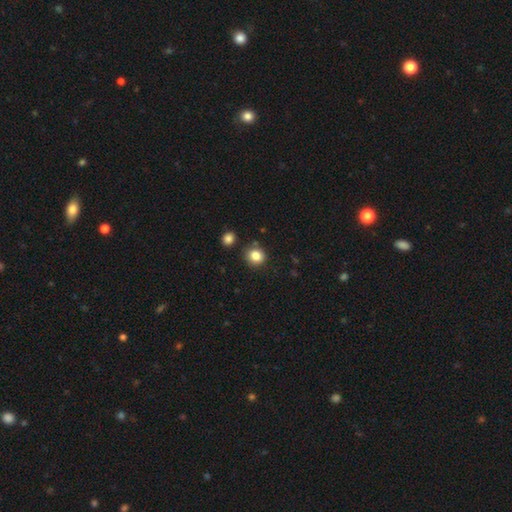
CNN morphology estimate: Q: Smooth or featured?
A: smooth (85%); runner-up: star or artifact (10%)
Q: How rounded?
A: round (82%); runner-up: in between (17%)
Q: Merging?
A: none (83%); runner-up: minor disturbance (9%)